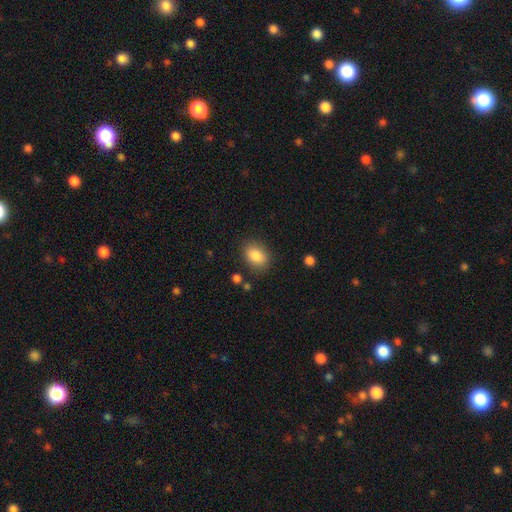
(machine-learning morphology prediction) type=smooth (85%); roundness=in between (74%); merging=none (83%).